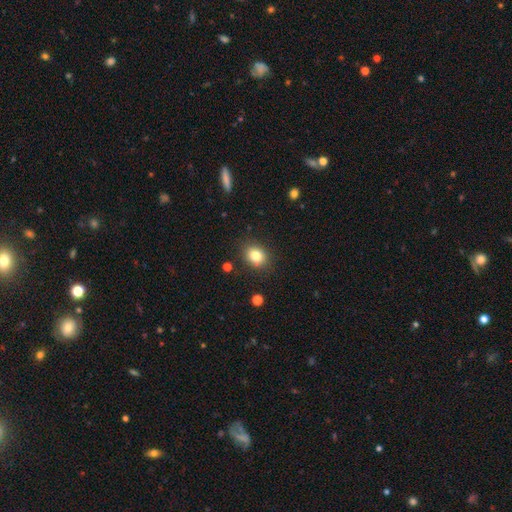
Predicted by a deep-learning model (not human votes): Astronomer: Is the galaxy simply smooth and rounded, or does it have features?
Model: smooth — 81%.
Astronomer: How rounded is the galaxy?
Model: round — 53% (runner-up: in between, 46%).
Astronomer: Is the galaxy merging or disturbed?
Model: none — 85%.